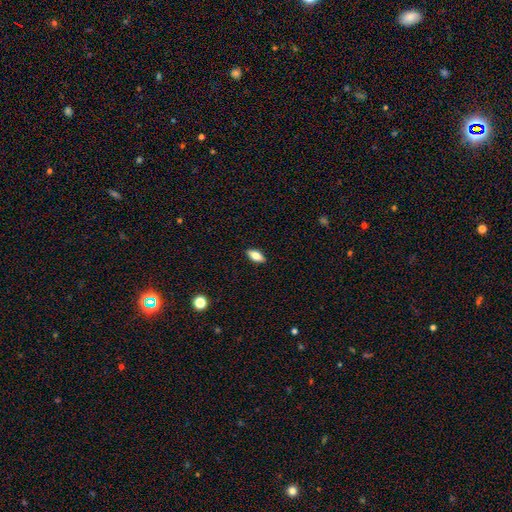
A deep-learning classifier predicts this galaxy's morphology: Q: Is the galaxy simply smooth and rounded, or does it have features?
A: smooth — 74%.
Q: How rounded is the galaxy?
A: in between — 84%.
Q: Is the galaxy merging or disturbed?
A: none — 90%.